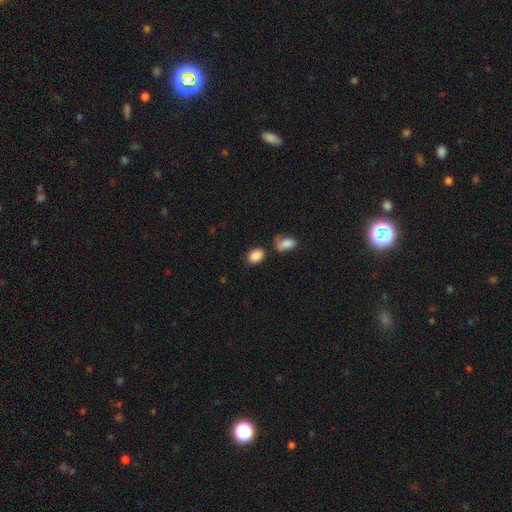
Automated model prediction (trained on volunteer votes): Smooth or featured? Predicted: smooth (p=0.88). How rounded? Predicted: in between (p=0.75). Merging? Predicted: none (p=0.68).